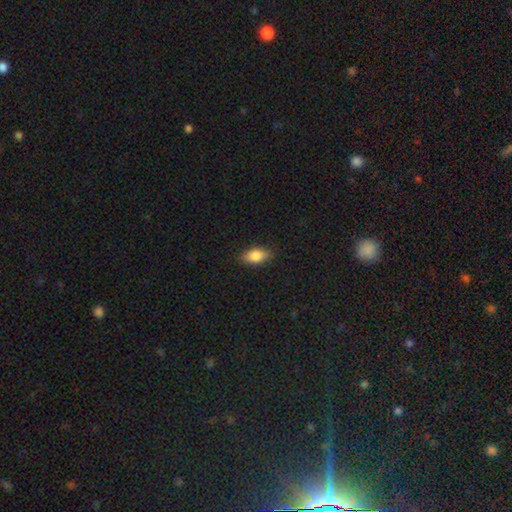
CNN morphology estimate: type=smooth (84%); roundness=in between (89%); merging=none (86%).